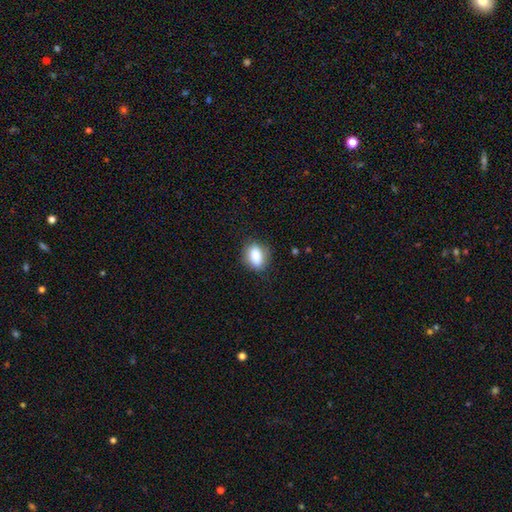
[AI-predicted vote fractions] smooth_or_featured: smooth (p=0.84) [alt: star or artifact p=0.08]
how_rounded: in between (p=0.78) [alt: round p=0.19]
merging: none (p=0.79) [alt: minor disturbance p=0.16]